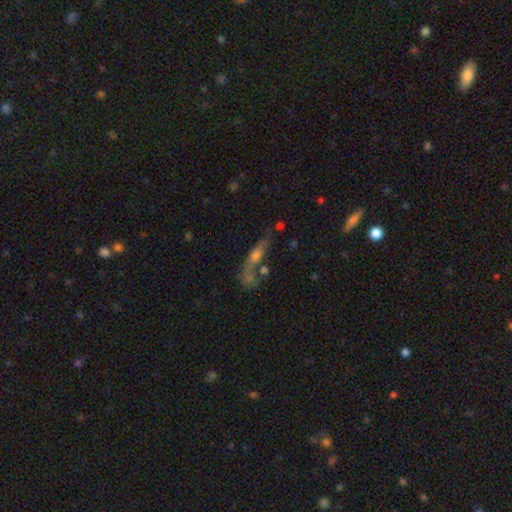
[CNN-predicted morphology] Smooth or featured: featured or disk — 45% (smooth — 42%)
Merging: none — 41% (merger — 24%)